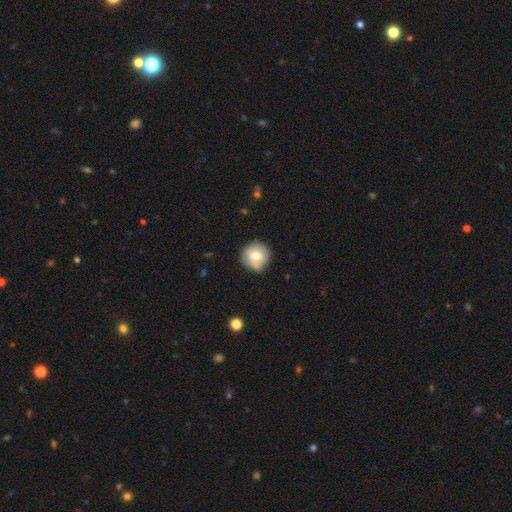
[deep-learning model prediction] Overall: smooth (76%). How rounded: round (94%). Merging: none (76%).